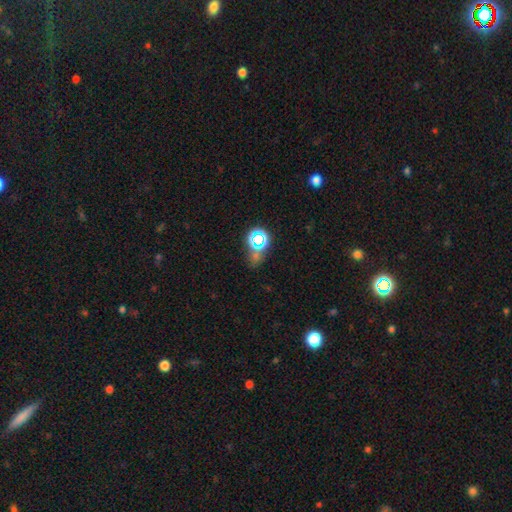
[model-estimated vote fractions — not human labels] Morphology: type=star or artifact (59%).